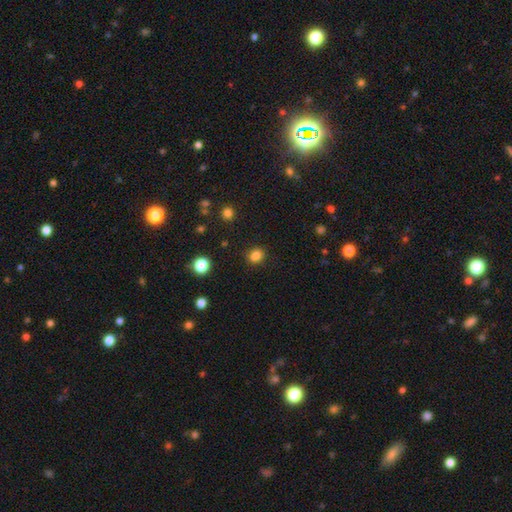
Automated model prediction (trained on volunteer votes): This appears to be a smooth galaxy with no disk features (84%) that is round (67%). Merging: none (88%).